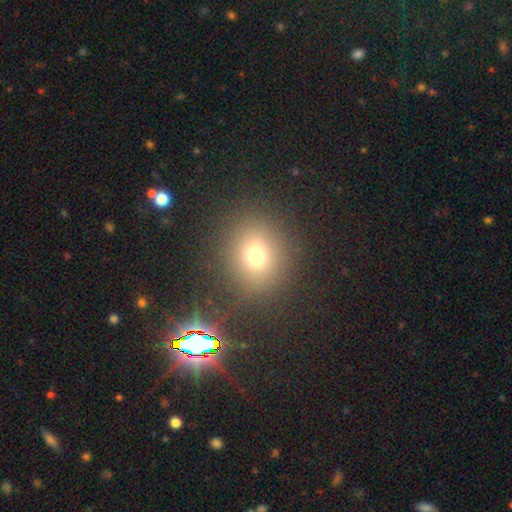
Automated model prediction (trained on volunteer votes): Q: Smooth or featured?
A: smooth (69%); runner-up: star or artifact (21%)
Q: How rounded?
A: round (80%); runner-up: in between (19%)
Q: Merging?
A: none (86%); runner-up: minor disturbance (7%)